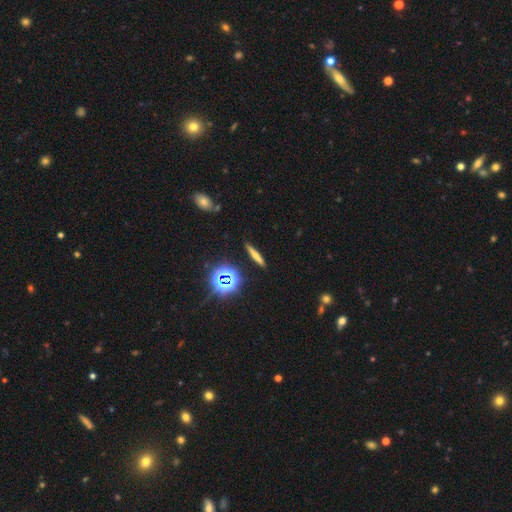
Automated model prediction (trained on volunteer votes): smooth_or_featured: smooth (p=0.50) [alt: featured or disk p=0.27]
merging: none (p=0.89) [alt: minor disturbance p=0.07]